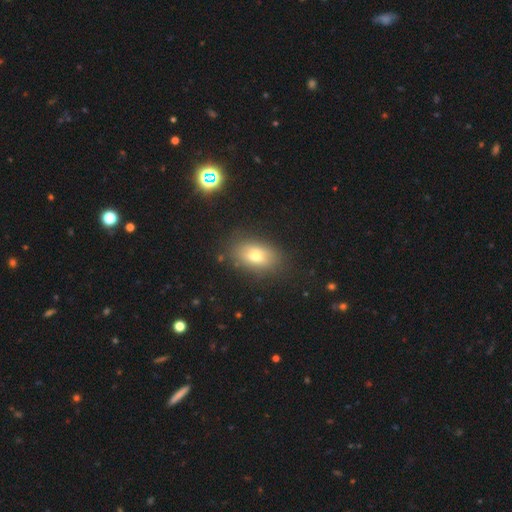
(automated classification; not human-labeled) This appears to be a smooth galaxy with no disk features (70%) that is in between round and cigar-shaped (84%). Merging: none (82%).